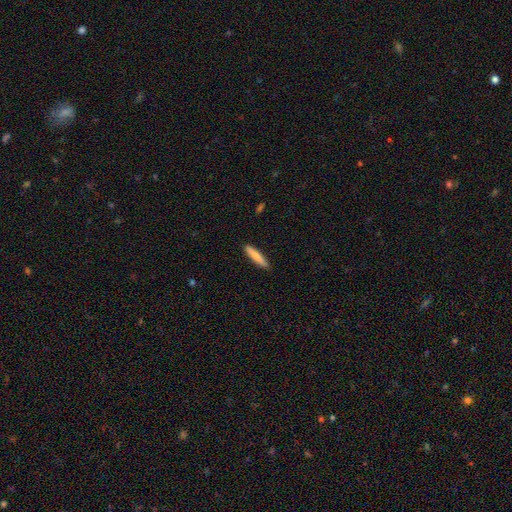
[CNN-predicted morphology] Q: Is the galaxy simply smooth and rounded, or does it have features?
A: smooth — 82%.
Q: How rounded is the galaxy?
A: cigar-shaped — 90%.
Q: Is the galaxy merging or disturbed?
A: none — 90%.